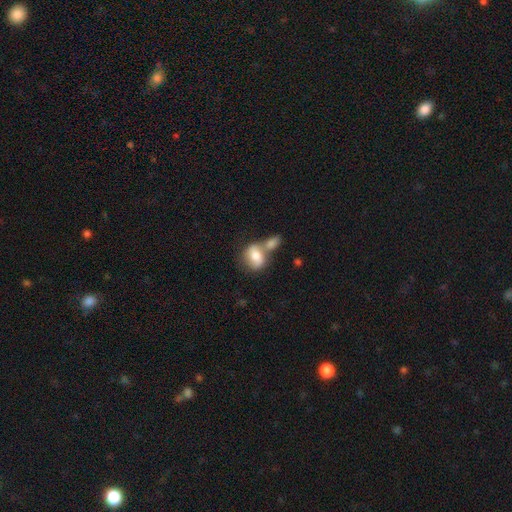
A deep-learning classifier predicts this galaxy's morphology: This is likely a smooth galaxy (70%). How rounded: possibly in between (58%). Merging: possibly merger (57%).